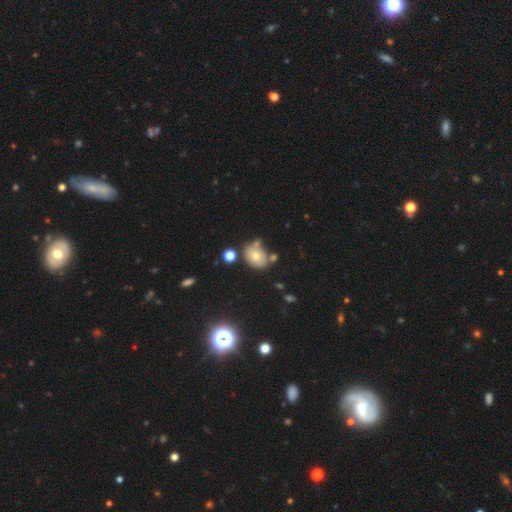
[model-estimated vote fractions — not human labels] Morphology: type=smooth (57%); roundness=in between (59%); merging=none (59%).